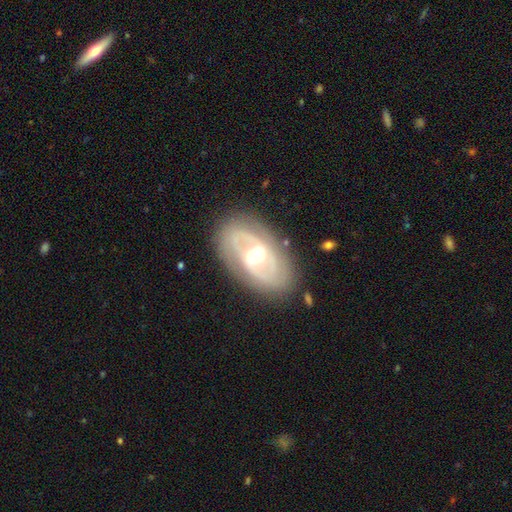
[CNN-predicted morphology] Q: Smooth or featured?
A: featured or disk (80%); runner-up: smooth (15%)
Q: Edge-on disk?
A: no (94%); runner-up: yes (6%)
Q: Bar?
A: weak (44%); runner-up: strong (39%)
Q: Spiral arms?
A: yes (75%); runner-up: no (25%)
Q: Spiral winding?
A: tight (48%); runner-up: medium (37%)
Q: Spiral arm count?
A: 2 (67%); runner-up: can't tell (21%)
Q: Bulge size?
A: moderate (67%); runner-up: small (21%)
Q: Merging?
A: none (79%); runner-up: minor disturbance (14%)